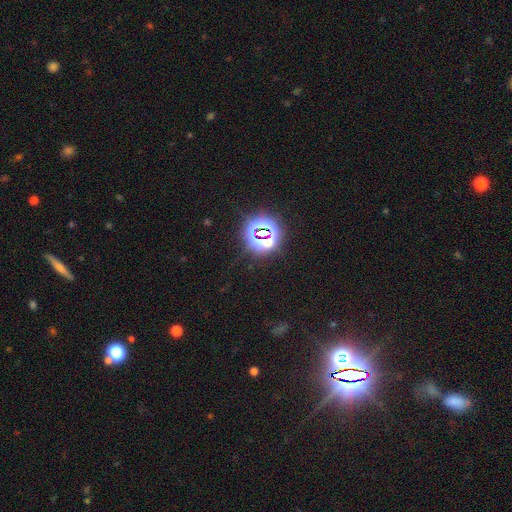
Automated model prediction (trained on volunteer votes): A star or artifact, not a galaxy (82%).

Vote fractions:
- Smooth or featured? star or artifact: 82% / smooth: 12% / featured or disk: 6%